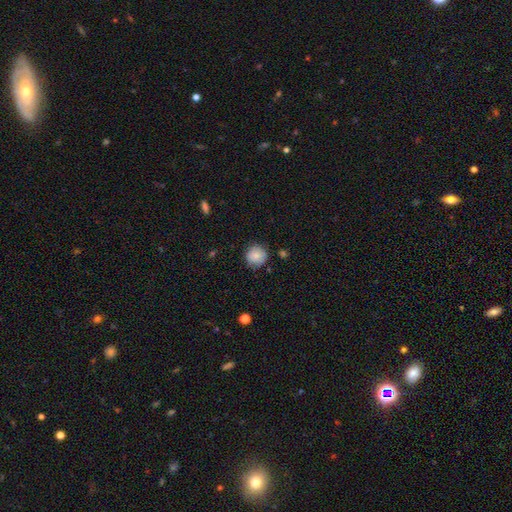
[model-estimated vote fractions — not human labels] smooth 84%, star or artifact 8%, featured or disk 8%. Down the decision tree: how rounded — round (92%); merging — none (80%).